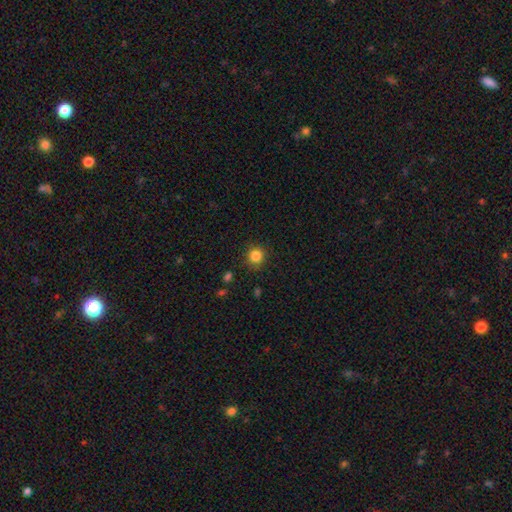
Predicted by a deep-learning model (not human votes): The model was most divided on "smooth or featured": smooth: 84%, star or artifact: 12%, featured or disk: 4%. More confident: how rounded — round (92%); merging — none (87%).